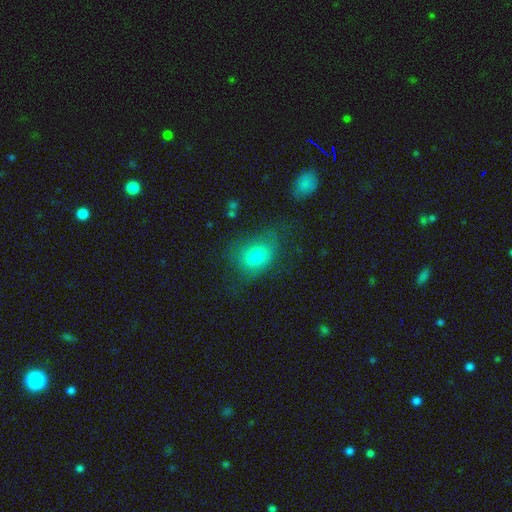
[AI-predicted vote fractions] The model was most divided on "merging": none: 52%, minor disturbance: 27%, major disturbance: 19%, merger: 3%. More confident: smooth or featured — smooth (72%); how rounded — in between (65%).